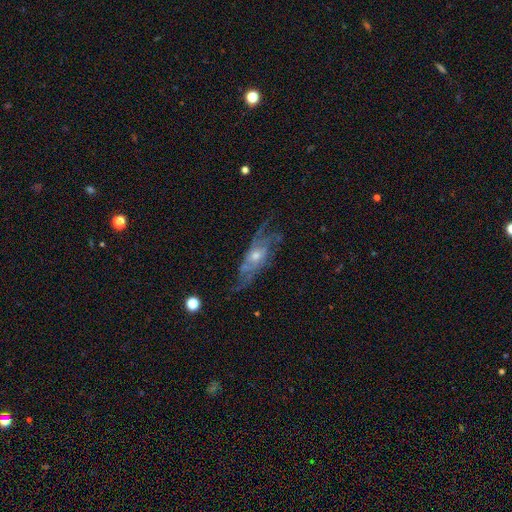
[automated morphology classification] A featured or disk galaxy (80%) with no bar (70%), medium (42%) spiral arms (87%) and a moderate central bulge (48%).

Vote fractions:
- Smooth or featured? featured or disk: 80% / smooth: 12% / star or artifact: 8%
- Edge-on disk? no: 82% / yes: 18%
- Bar? no: 70% / weak: 25% / strong: 5%
- Spiral arms? yes: 87% / no: 13%
- Spiral winding? medium: 42% / tight: 36% / loose: 21%
- Spiral arm count? can't tell: 41% / 2: 24% / 3: 17% / 4: 9% / 1: 5% / more than 4: 5%
- Bulge size? moderate: 48% / small: 46% / large: 3% / none: 2% / dominant: 1%
- Merging? none: 64% / minor disturbance: 20% / major disturbance: 13% / merger: 2%